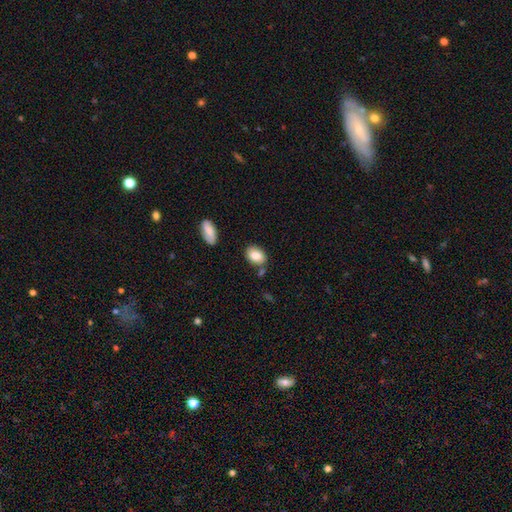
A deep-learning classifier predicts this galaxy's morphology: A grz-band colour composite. It shows a smooth galaxy with no disk features (84%) that is in between round and cigar-shaped (83%). Merging: none (71%).